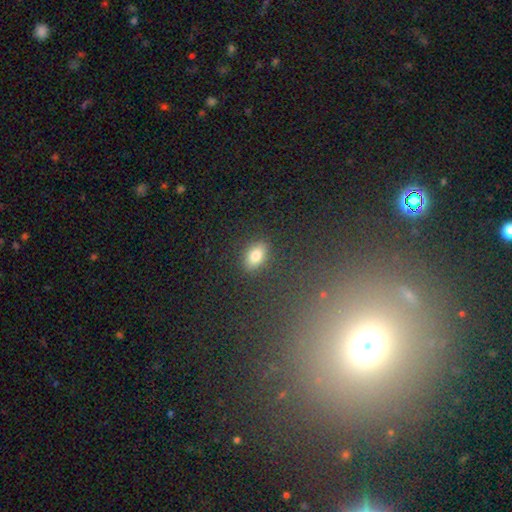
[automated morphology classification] Q: Smooth or featured?
A: smooth (79%); runner-up: star or artifact (12%)
Q: How rounded?
A: in between (85%); runner-up: round (10%)
Q: Merging?
A: none (87%); runner-up: minor disturbance (9%)